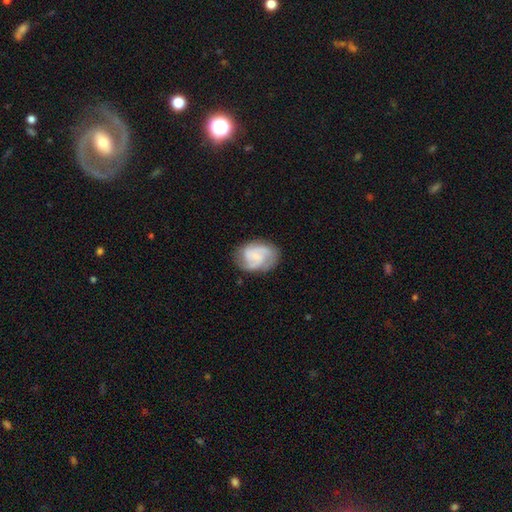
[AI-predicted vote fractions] A featured or disk galaxy (75%) with no bar (59%), 2 (40%) medium (50%) spiral arms (95%) and a small central bulge (63%). Merging: none (74%).